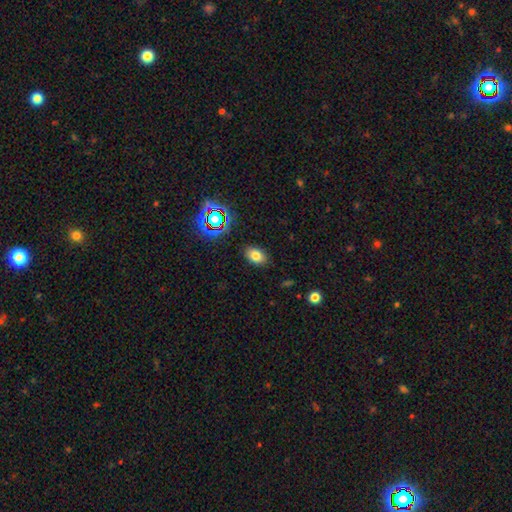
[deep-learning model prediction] This appears to be a smooth galaxy with no disk features (76%) that is in between round and cigar-shaped (84%). Merging: none (87%).